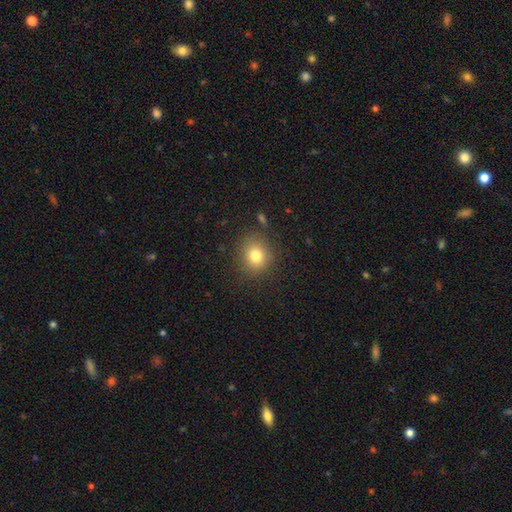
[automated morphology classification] This appears to be a smooth galaxy with no disk features (79%) that is round (80%). Merging: none (85%).